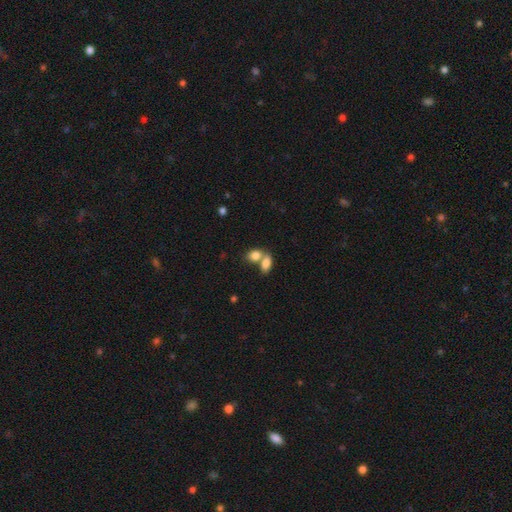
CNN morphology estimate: smooth 83%, featured or disk 9%, star or artifact 8%. Down the decision tree: how rounded — in between (82%); merging — merger (58%).